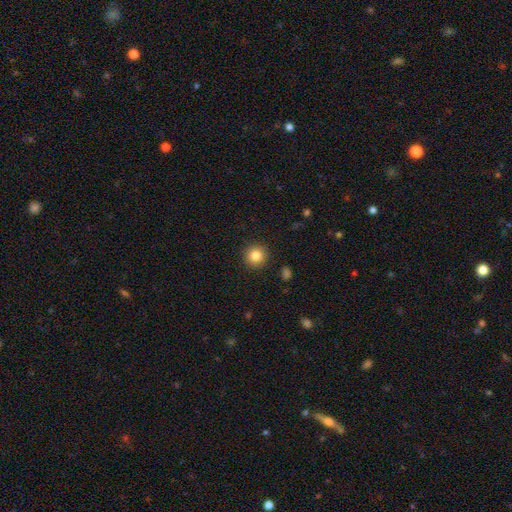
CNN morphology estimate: smooth_or_featured: smooth (p=0.83) [alt: star or artifact p=0.10]
how_rounded: round (p=0.93) [alt: in between p=0.06]
merging: none (p=0.91) [alt: minor disturbance p=0.06]